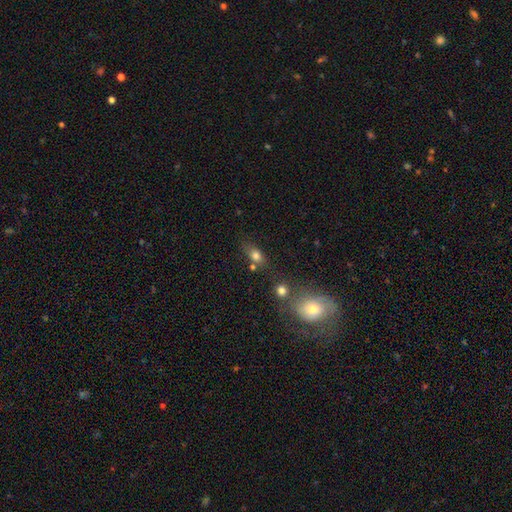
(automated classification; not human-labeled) This is likely a smooth galaxy (77%). How rounded: likely in between (73%). Merging: likely none (60%).